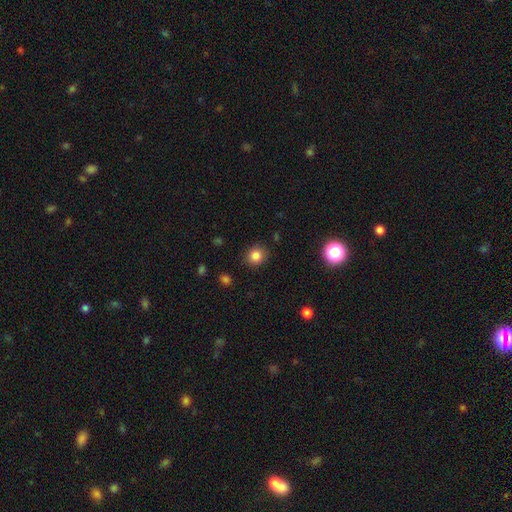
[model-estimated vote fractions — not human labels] Smooth or featured? Predicted: smooth (p=0.84). How rounded? Predicted: round (p=0.80). Merging? Predicted: none (p=0.88).